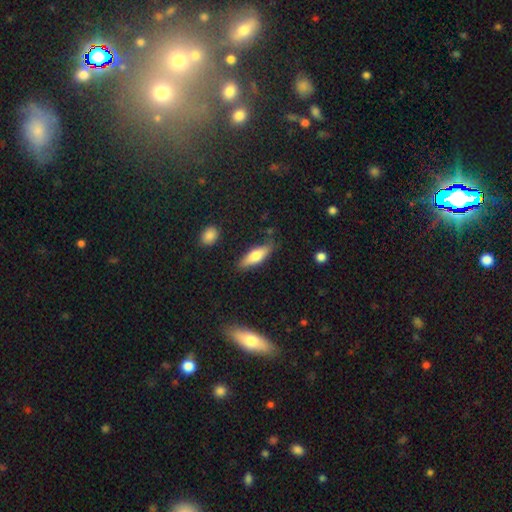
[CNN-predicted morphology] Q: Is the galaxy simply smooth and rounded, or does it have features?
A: smooth — 65%.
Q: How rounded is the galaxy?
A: in between — 50%.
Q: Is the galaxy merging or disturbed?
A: none — 81%.